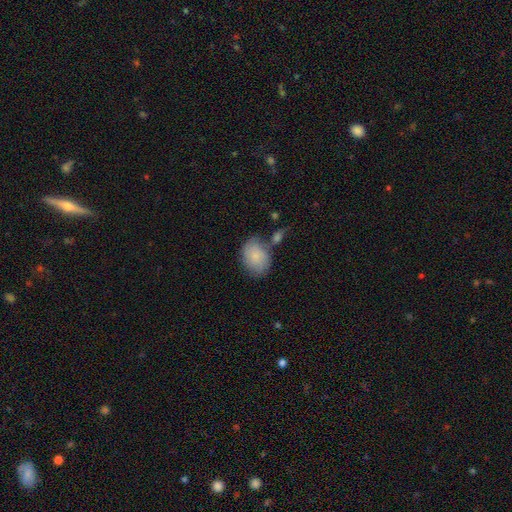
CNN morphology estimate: type=smooth (81%); roundness=in between (64%); merging=none (58%).